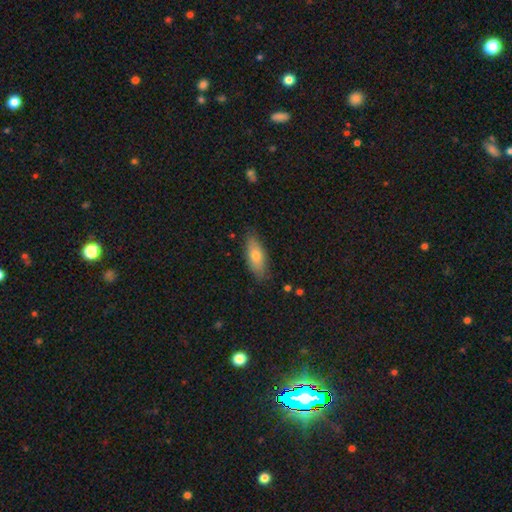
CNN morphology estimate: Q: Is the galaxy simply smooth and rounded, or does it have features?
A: smooth — 72%.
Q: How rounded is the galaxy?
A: in between — 72%.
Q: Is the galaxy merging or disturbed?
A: none — 84%.